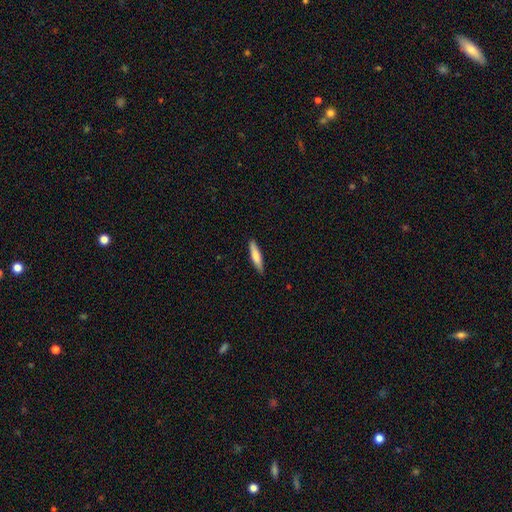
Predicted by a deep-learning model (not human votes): This appears to be a smooth galaxy with no disk features (74%) that is cigar-shaped (83%). Merging: none (87%).